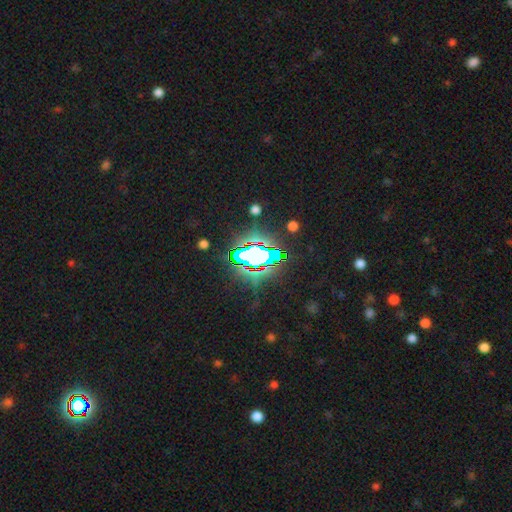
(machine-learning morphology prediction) A star or artifact, not a galaxy (68%).

Vote fractions:
- Smooth or featured? star or artifact: 68% / smooth: 19% / featured or disk: 13%